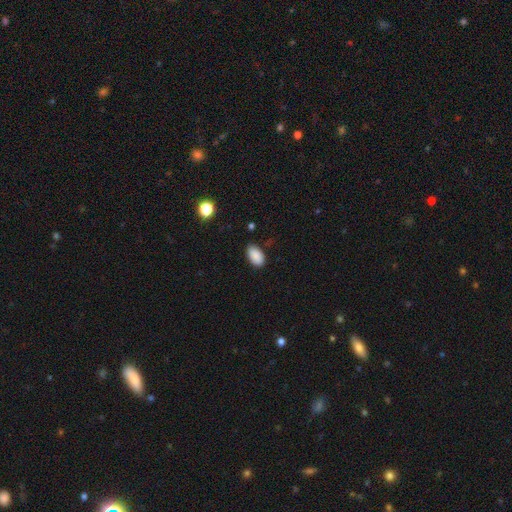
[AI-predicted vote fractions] smooth 88%, star or artifact 8%, featured or disk 4%. Down the decision tree: how rounded — in between (93%); merging — none (78%).